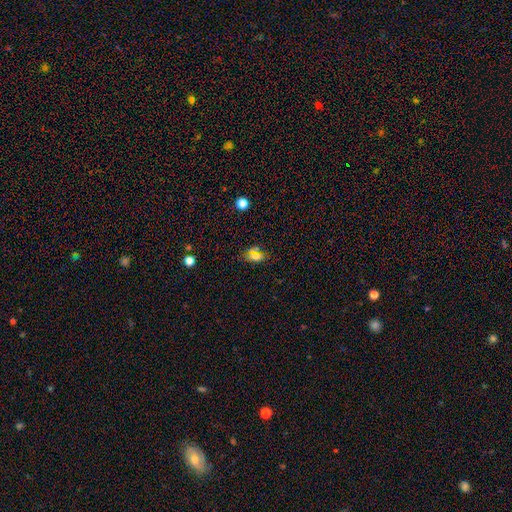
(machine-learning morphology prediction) Smooth or featured: smooth — 63% (star or artifact — 26%)
How rounded: in between — 74% (round — 17%)
Merging: none — 80% (minor disturbance — 11%)